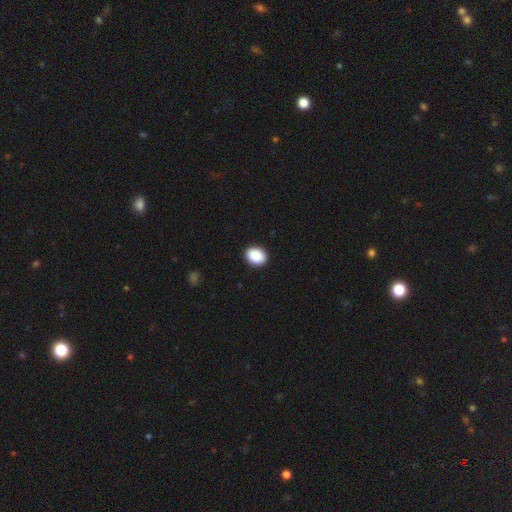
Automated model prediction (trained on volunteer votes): smooth_or_featured: smooth (p=0.90) [alt: star or artifact p=0.07]
how_rounded: in between (p=0.64) [alt: round p=0.35]
merging: none (p=0.91) [alt: minor disturbance p=0.06]